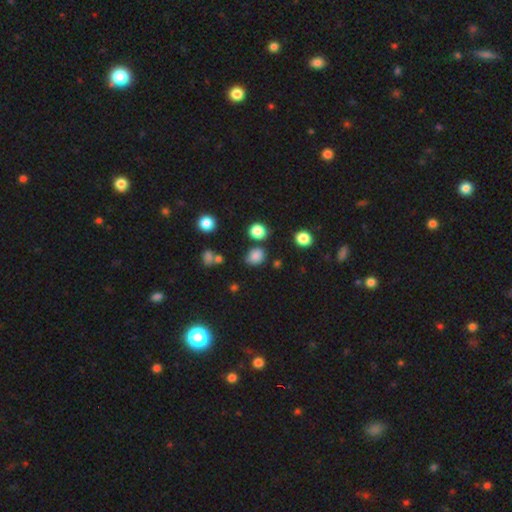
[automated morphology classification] The model was most divided on "how rounded": round: 63%, in between: 36%, cigar-shaped: 1%. More confident: smooth or featured — smooth (79%); merging — none (72%).